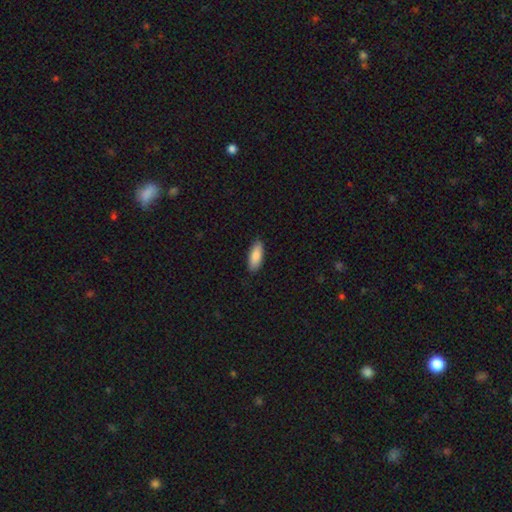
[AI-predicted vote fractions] Smooth or featured: smooth — 86% (featured or disk — 8%)
How rounded: in between — 76% (cigar-shaped — 22%)
Merging: none — 87% (minor disturbance — 10%)